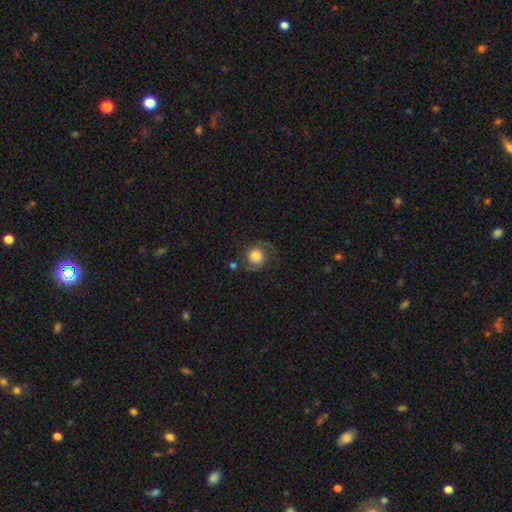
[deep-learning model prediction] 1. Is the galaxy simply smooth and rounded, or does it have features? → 54% smooth, 37% featured or disk, 9% star or artifact.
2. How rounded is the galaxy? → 88% round, 11% in between, 1% cigar-shaped.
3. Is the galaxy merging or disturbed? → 62% none, 19% minor disturbance, 15% major disturbance, 5% merger.